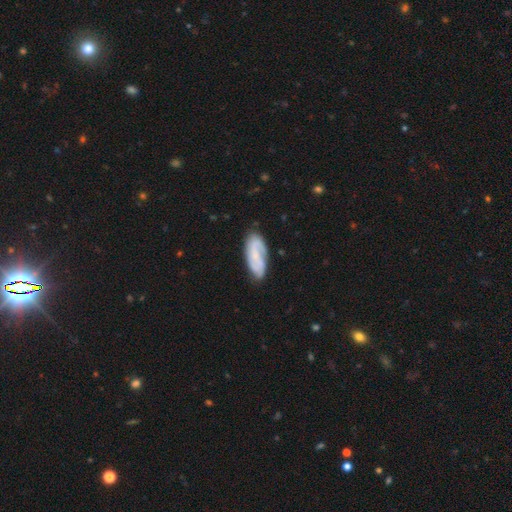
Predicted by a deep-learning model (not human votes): smooth-or-featured: featured or disk: 52% | smooth: 41% | star or artifact: 6%
  disk-edge-on: no: 91% | yes: 9%
  merging: none: 76% | minor disturbance: 18% | major disturbance: 4% | merger: 2%